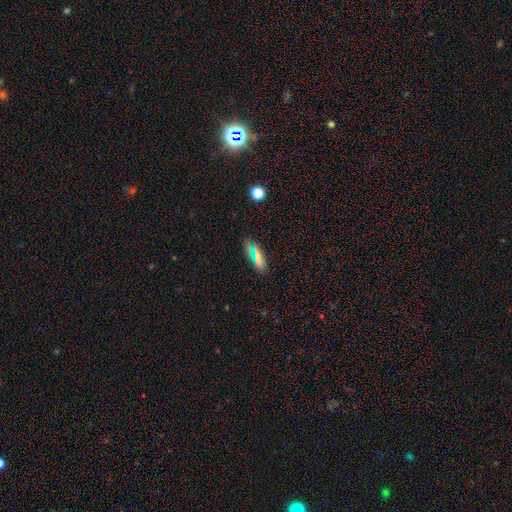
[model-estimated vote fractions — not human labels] Smooth or featured?
  - smooth: 67% *
  - star or artifact: 19%
  - featured or disk: 15%
How rounded?
  - in between: 62% *
  - cigar-shaped: 32%
  - round: 7%
Merging?
  - none: 86% *
  - minor disturbance: 10%
  - major disturbance: 3%
  - merger: 2%